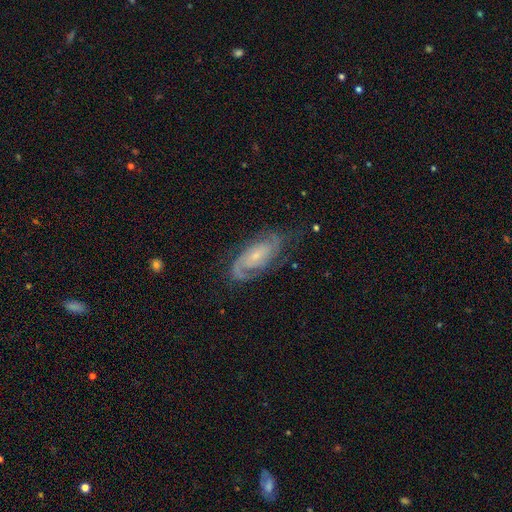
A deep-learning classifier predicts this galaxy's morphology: Smooth or featured? featured or disk (85%)
Edge-on disk? no (95%)
Bar? no (59%)
Spiral arms? yes (97%)
Spiral winding? tight (54%)
Spiral arm count? 2 (74%)
Bulge size? small (69%)
Merging? none (72%)